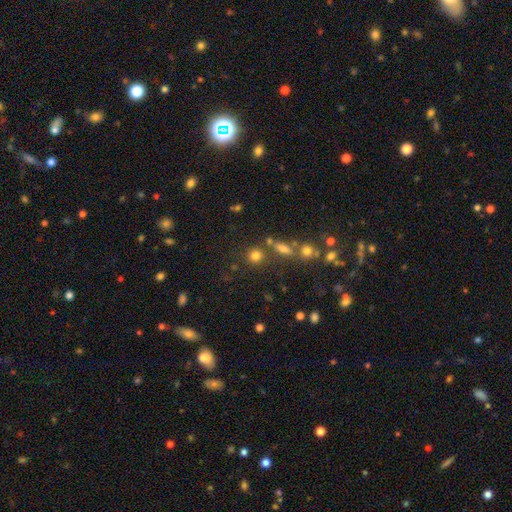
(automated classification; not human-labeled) smooth 76%, star or artifact 16%, featured or disk 8%. Down the decision tree: how rounded — round (85%); merging — none (71%).